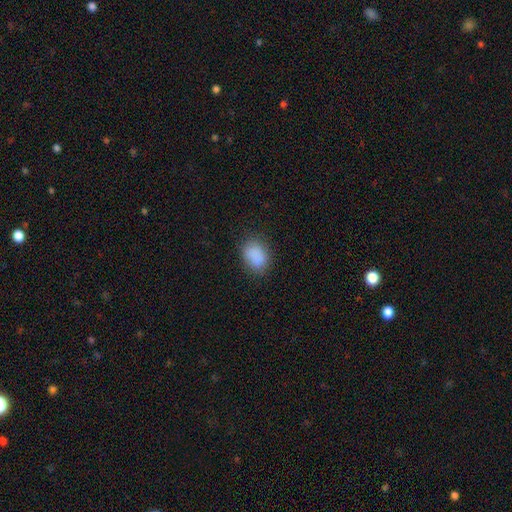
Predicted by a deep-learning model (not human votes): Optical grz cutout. It shows a smooth galaxy with no disk features (84%) that is in between round and cigar-shaped (69%). Merging: none (76%).